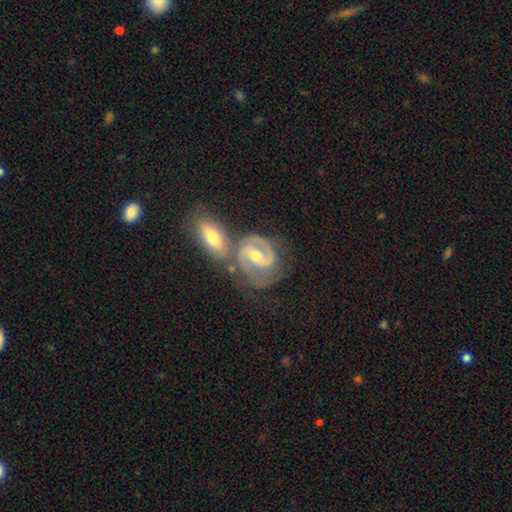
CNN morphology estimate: A featured or disk galaxy (86%) with a weak bar (44%), 2 (87%) medium (52%) spiral arms (96%) and a moderate central bulge (61%).

Vote fractions:
- Smooth or featured? featured or disk: 86% / smooth: 9% / star or artifact: 5%
- Edge-on disk? no: 97% / yes: 3%
- Bar? weak: 44% / strong: 34% / no: 22%
- Spiral arms? yes: 96% / no: 4%
- Spiral winding? medium: 52% / tight: 37% / loose: 11%
- Spiral arm count? 2: 87% / can't tell: 4% / 1: 4% / 3: 3% / 4: 1% / more than 4: 1%
- Bulge size? moderate: 61% / small: 34% / large: 3% / none: 1% / dominant: 1%
- Merging? none: 48% / merger: 32% / minor disturbance: 14% / major disturbance: 6%